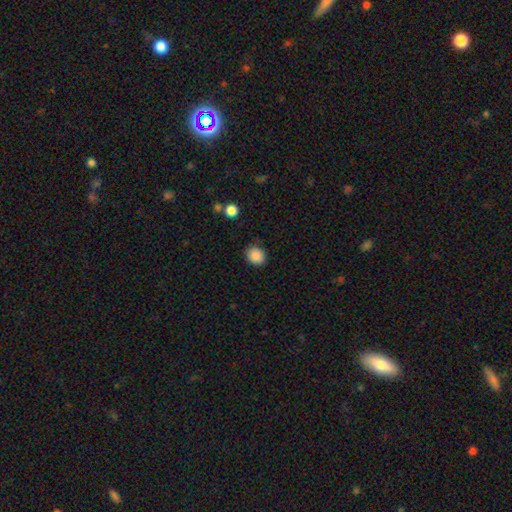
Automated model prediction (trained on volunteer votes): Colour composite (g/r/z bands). It shows a smooth galaxy with no disk features (88%) that is round (70%). Merging: none (85%).